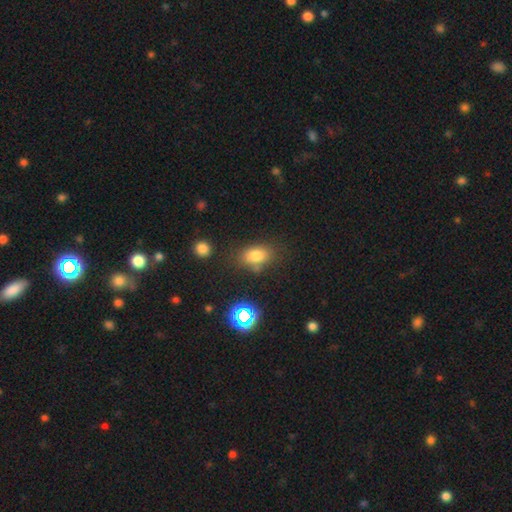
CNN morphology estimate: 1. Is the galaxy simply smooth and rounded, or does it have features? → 77% smooth, 14% star or artifact, 9% featured or disk.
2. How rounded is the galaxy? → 79% in between, 19% round, 2% cigar-shaped.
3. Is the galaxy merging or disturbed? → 72% none, 16% minor disturbance, 6% merger, 6% major disturbance.